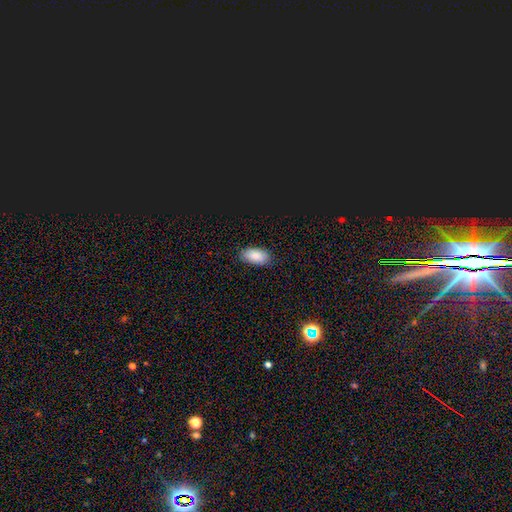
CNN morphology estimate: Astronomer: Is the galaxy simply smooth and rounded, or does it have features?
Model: smooth — 87%.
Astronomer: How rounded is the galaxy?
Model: in between — 93%.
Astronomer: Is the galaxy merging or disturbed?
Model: none — 85%.